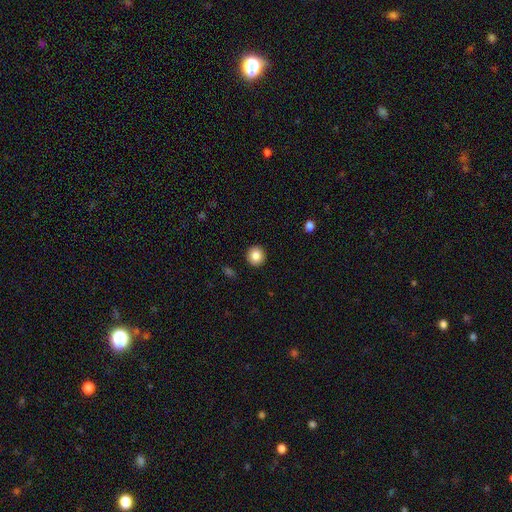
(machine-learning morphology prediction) A smooth galaxy with no disk features (85%) that is round (93%).

Vote fractions:
- Smooth or featured? smooth: 85% / star or artifact: 9% / featured or disk: 6%
- How rounded? round: 93% / in between: 6% / cigar-shaped: 1%
- Merging? none: 92% / minor disturbance: 5% / major disturbance: 2% / merger: 1%